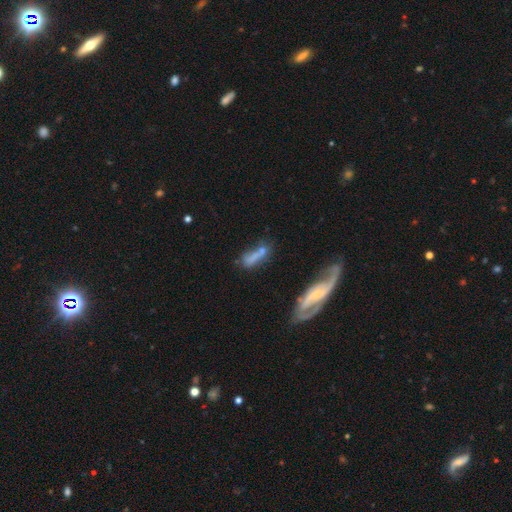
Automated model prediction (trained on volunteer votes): smooth-or-featured: smooth: 54% | featured or disk: 34% | star or artifact: 11%
  how-rounded: cigar-shaped: 51% | in between: 44% | round: 5%
  merging: none: 36% | merger: 24% | minor disturbance: 22% | major disturbance: 18%